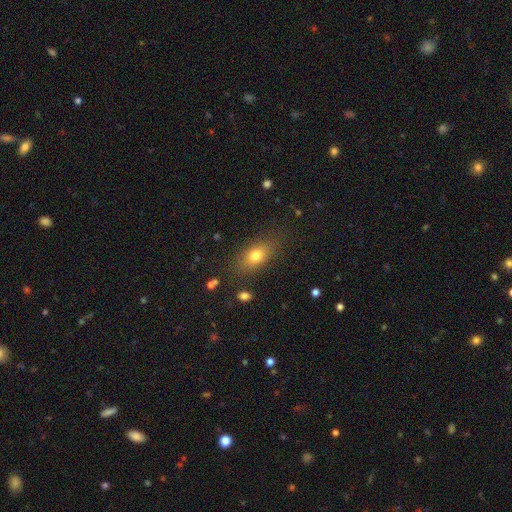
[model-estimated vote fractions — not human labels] Q: Smooth or featured?
A: smooth (76%); runner-up: featured or disk (13%)
Q: How rounded?
A: in between (78%); runner-up: round (15%)
Q: Merging?
A: none (80%); runner-up: minor disturbance (13%)